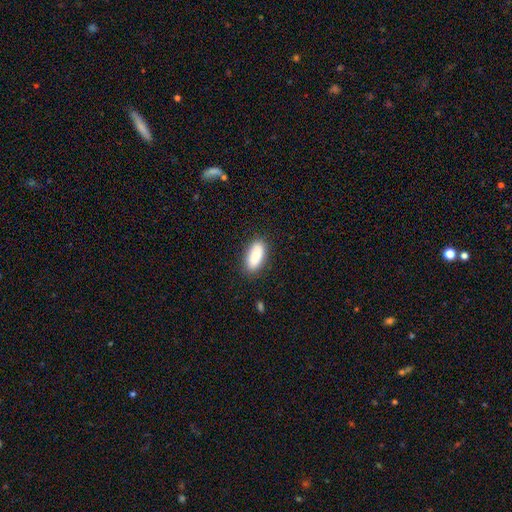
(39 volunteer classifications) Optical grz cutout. It shows a smooth galaxy with no disk features (87%) that is in between round and cigar-shaped (82%). Merging: none (86%).